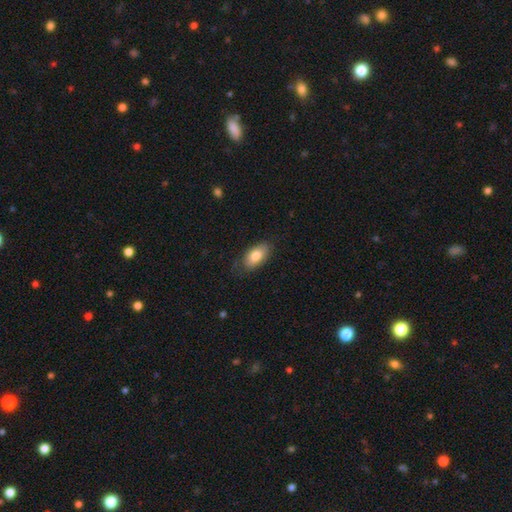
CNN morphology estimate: This appears to be a smooth galaxy with no disk features (80%) that is in between round and cigar-shaped (92%). Merging: none (74%).